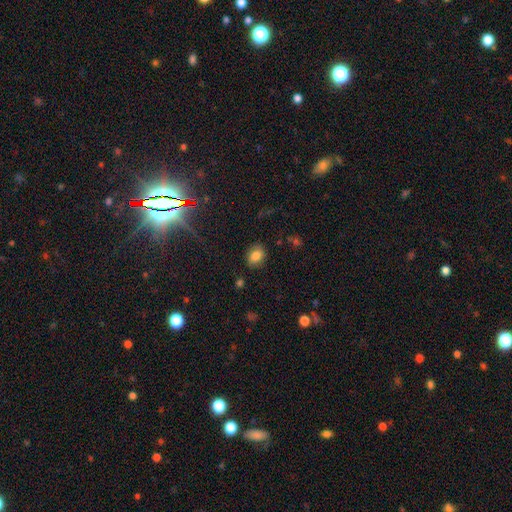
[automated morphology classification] Smooth or featured? Predicted: smooth (p=0.80). How rounded? Predicted: in between (p=0.67). Merging? Predicted: none (p=0.83).